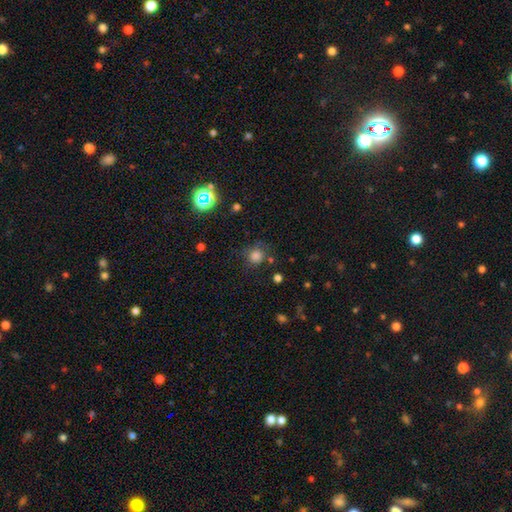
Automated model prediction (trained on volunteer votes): smooth-or-featured: smooth: 78% | star or artifact: 15% | featured or disk: 7%
  how-rounded: round: 87% | in between: 12% | cigar-shaped: 1%
  merging: none: 68% | minor disturbance: 19% | major disturbance: 8% | merger: 5%